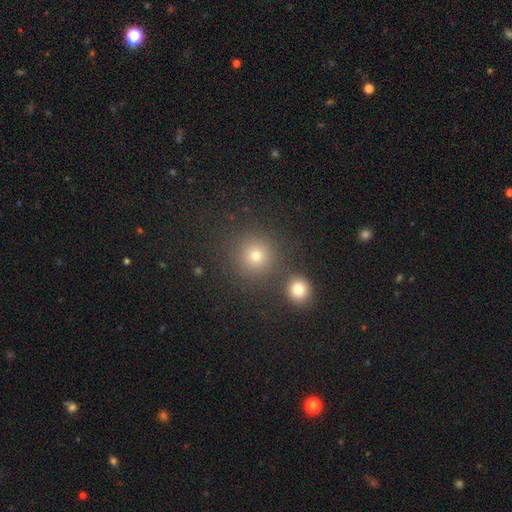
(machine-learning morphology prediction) This is likely a smooth galaxy (74%). How rounded: clearly round (93%). Merging: likely none (80%).